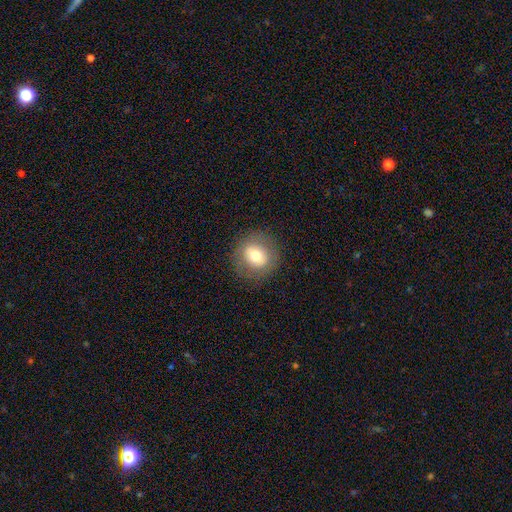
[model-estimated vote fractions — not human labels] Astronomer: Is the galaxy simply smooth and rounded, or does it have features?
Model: smooth — 66%.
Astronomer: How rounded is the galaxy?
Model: round — 87%.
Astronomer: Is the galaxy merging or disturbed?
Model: none — 85%.